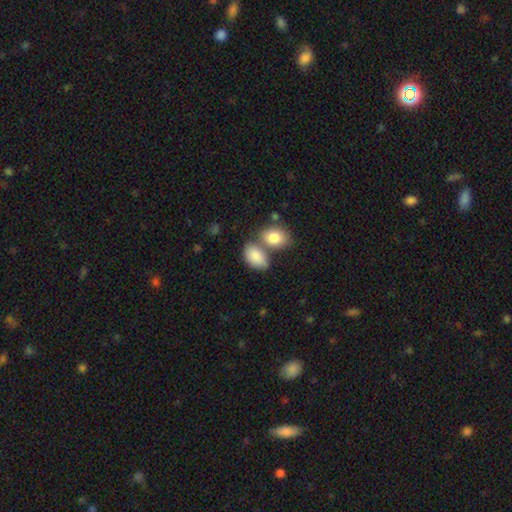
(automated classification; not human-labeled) A smooth galaxy with no disk features (85%) that is in between round and cigar-shaped (88%). Merging: merger (43%).